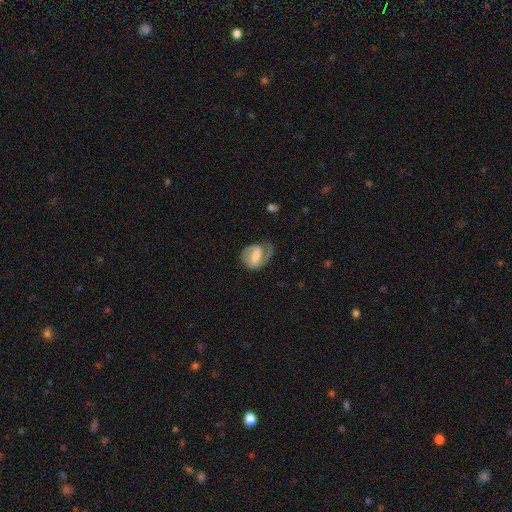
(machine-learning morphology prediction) This appears to be a featured or disk galaxy (69%) with a weak bar (44%), 2 (62%) medium (46%) spiral arms (89%) and a moderate central bulge (28%). Merging: none (54%).